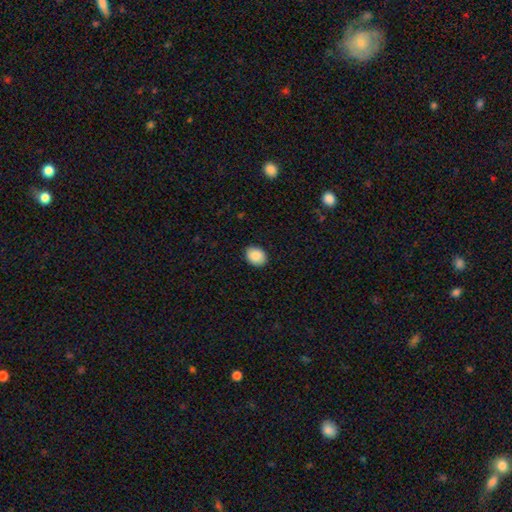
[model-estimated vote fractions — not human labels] A smooth galaxy with no disk features (88%) that is in between round and cigar-shaped (55%).

Vote fractions:
- Smooth or featured? smooth: 88% / star or artifact: 7% / featured or disk: 5%
- How rounded? in between: 55% / round: 44% / cigar-shaped: 1%
- Merging? none: 88% / minor disturbance: 9% / major disturbance: 2% / merger: 1%